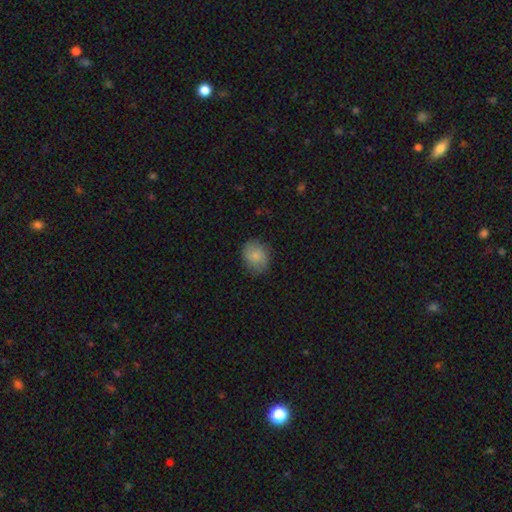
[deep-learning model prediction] Smooth or featured: smooth — 79% (featured or disk — 13%)
How rounded: round — 62% (in between — 37%)
Merging: none — 78% (minor disturbance — 17%)